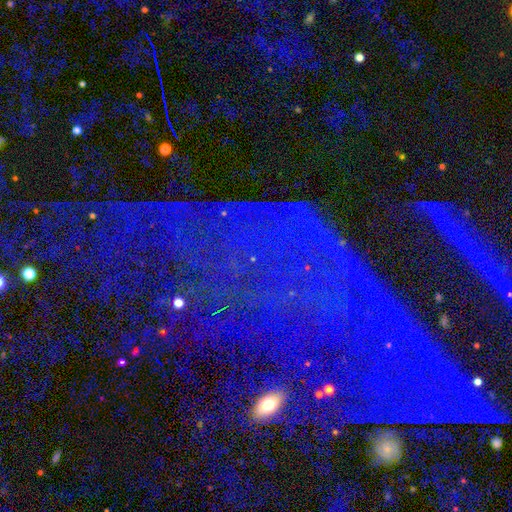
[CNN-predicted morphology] A star or artifact, not a galaxy (82%).